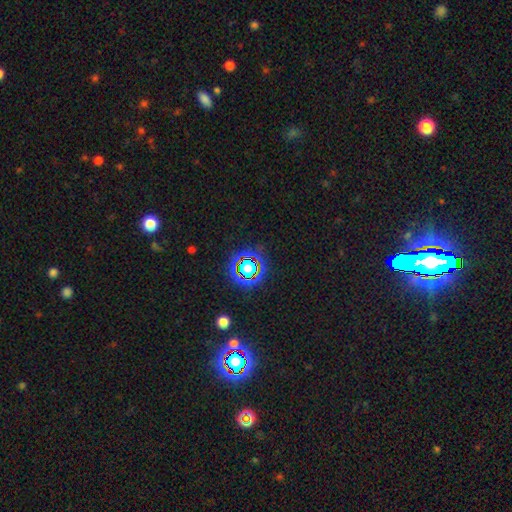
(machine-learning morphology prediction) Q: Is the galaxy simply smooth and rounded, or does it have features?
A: star or artifact — 78%.